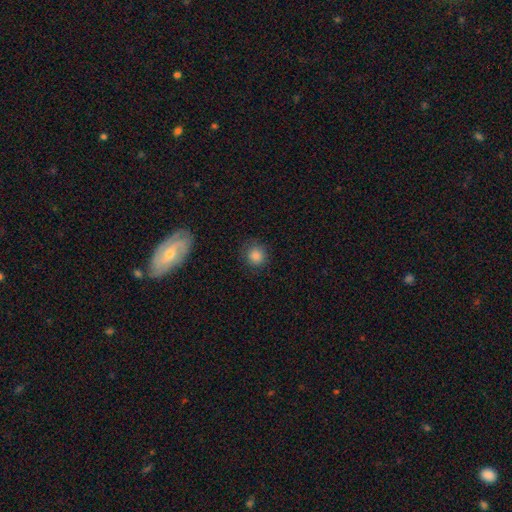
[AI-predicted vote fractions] Smooth or featured?
  - smooth: 85% *
  - star or artifact: 11%
  - featured or disk: 4%
How rounded?
  - round: 90% *
  - in between: 9%
  - cigar-shaped: 1%
Merging?
  - none: 84% *
  - minor disturbance: 11%
  - major disturbance: 4%
  - merger: 1%